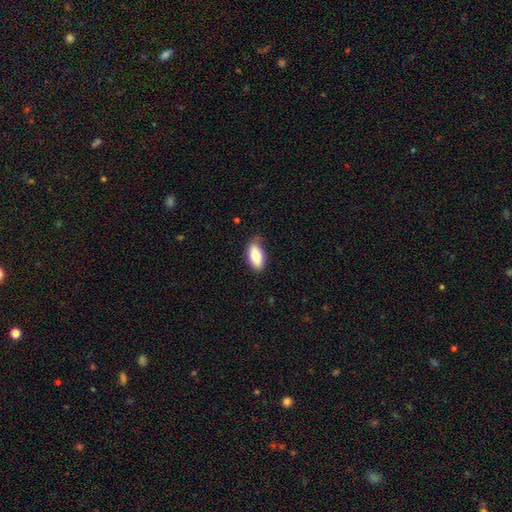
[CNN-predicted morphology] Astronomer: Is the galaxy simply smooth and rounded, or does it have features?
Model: smooth — 77%.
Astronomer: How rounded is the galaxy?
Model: in between — 87%.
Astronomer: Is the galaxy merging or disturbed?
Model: none — 74%.